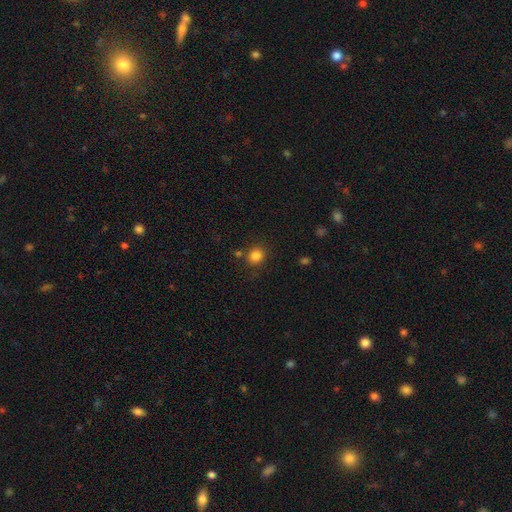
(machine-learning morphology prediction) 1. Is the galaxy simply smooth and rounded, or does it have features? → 84% smooth, 12% star or artifact, 5% featured or disk.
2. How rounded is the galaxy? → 77% round, 22% in between, 1% cigar-shaped.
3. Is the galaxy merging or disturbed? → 80% none, 10% minor disturbance, 7% merger, 3% major disturbance.